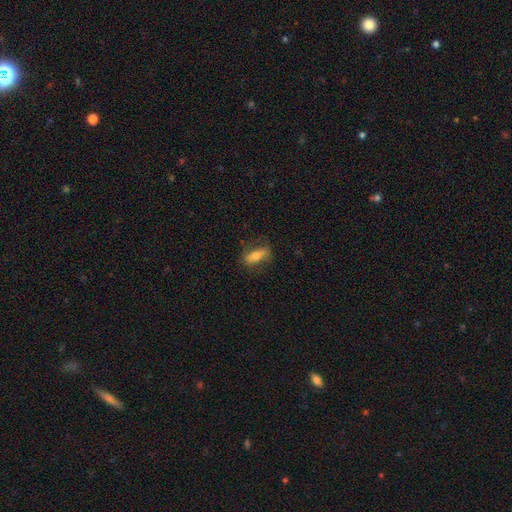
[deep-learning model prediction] Q: Smooth or featured?
A: smooth (58%); runner-up: featured or disk (34%)
Q: How rounded?
A: in between (58%); runner-up: cigar-shaped (37%)
Q: Merging?
A: none (73%); runner-up: minor disturbance (18%)